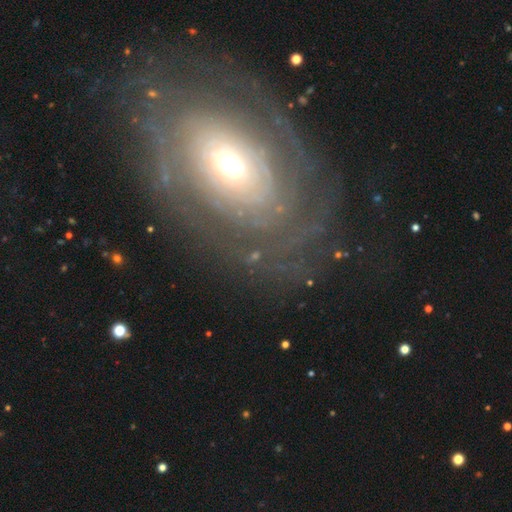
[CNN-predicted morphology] Smooth or featured: featured or disk — 73% (smooth — 15%)
Edge-on disk: no — 93% (yes — 7%)
Bar: no — 73% (weak — 19%)
Spiral arms: yes — 72% (no — 28%)
Bulge size: moderate — 57% (small — 27%)
Merging: none — 69% (minor disturbance — 15%)